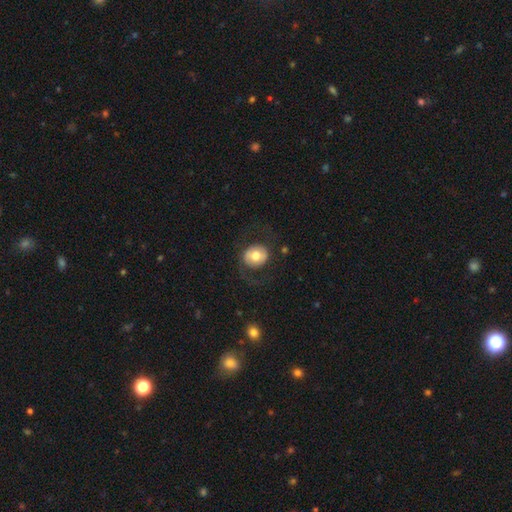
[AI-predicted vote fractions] Smooth or featured? Predicted: smooth (p=0.55). How rounded? Predicted: round (p=0.72). Merging? Predicted: none (p=0.70).